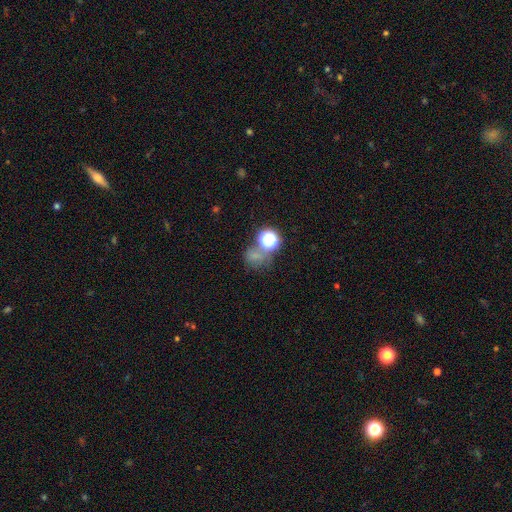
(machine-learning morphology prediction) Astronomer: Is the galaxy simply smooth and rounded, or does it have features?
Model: smooth — 56% (runner-up: star or artifact, 32%).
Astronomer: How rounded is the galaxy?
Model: round — 67%.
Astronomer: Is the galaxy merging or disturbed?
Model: none — 48%.